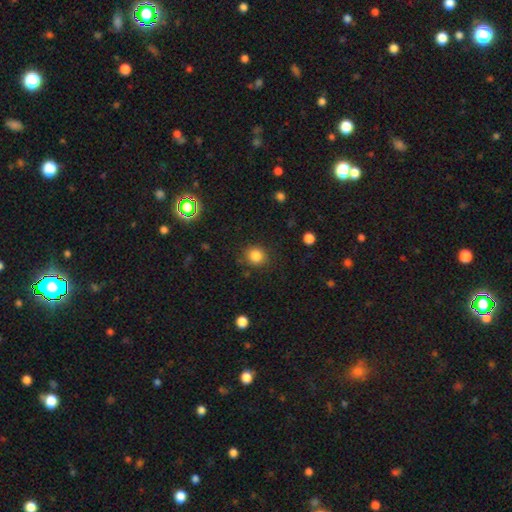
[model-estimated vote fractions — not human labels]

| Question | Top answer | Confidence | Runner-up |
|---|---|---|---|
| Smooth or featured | smooth | 84% | star or artifact (11%) |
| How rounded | round | 83% | in between (16%) |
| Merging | none | 84% | minor disturbance (11%) |